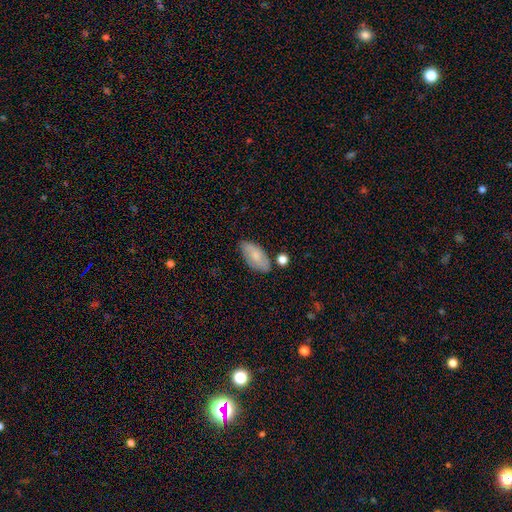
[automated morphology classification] The model was most divided on "smooth or featured": smooth: 72%, featured or disk: 22%, star or artifact: 6%. More confident: how rounded — in between (93%); merging — none (72%).